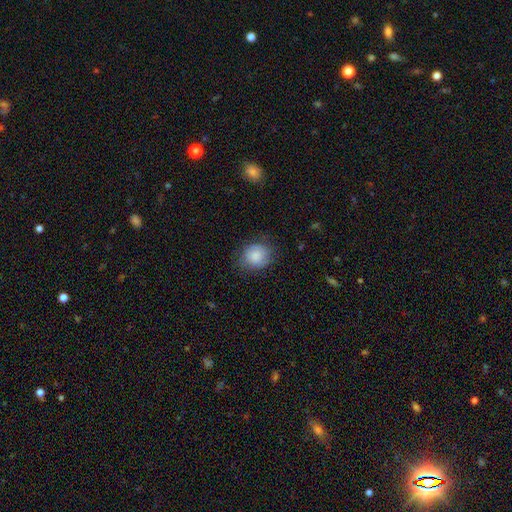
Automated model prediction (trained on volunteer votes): smooth-or-featured: smooth: 83% | featured or disk: 10% | star or artifact: 7%
  how-rounded: round: 70% | in between: 29% | cigar-shaped: 1%
  merging: none: 73% | minor disturbance: 20% | major disturbance: 6% | merger: 1%